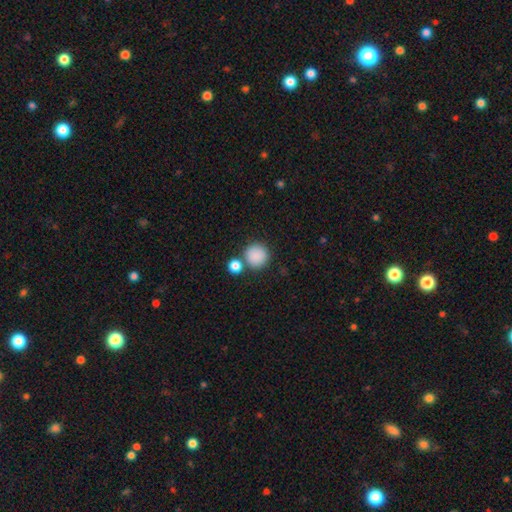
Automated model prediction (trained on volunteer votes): This appears to be a smooth galaxy with no disk features (87%) that is round (93%). Merging: none (73%).